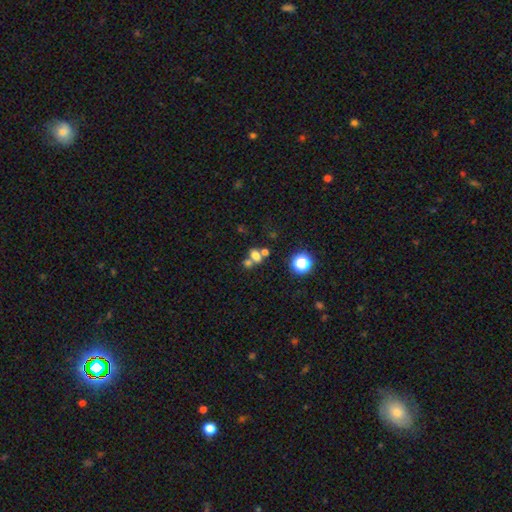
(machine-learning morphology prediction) This is likely a smooth galaxy (69%). How rounded: likely in between (63%). Merging: possibly merger (47%).